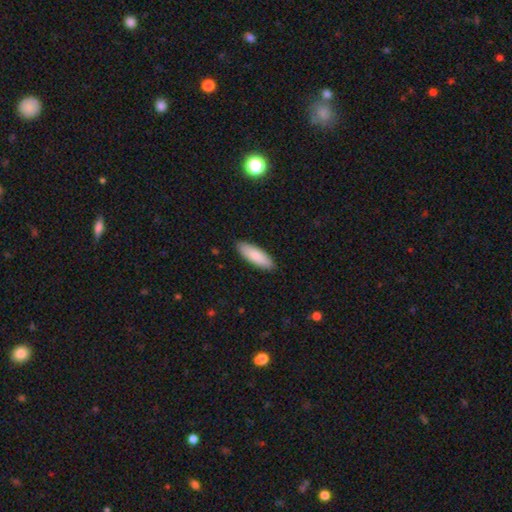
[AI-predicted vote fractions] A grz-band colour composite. It shows a smooth galaxy with no disk features (85%) that is in between round and cigar-shaped (63%). Merging: none (88%).